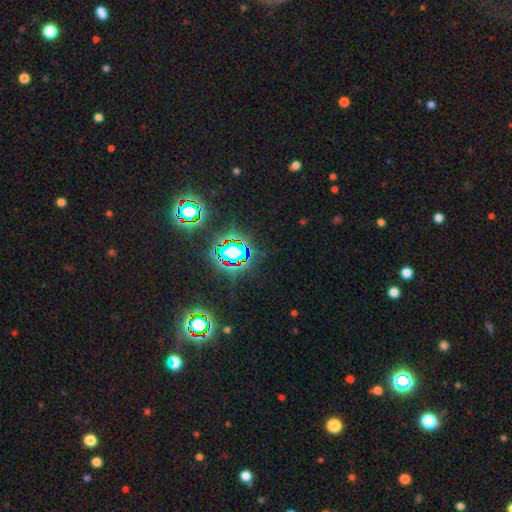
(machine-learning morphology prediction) This appears to be a star or artifact, not a galaxy (82%).